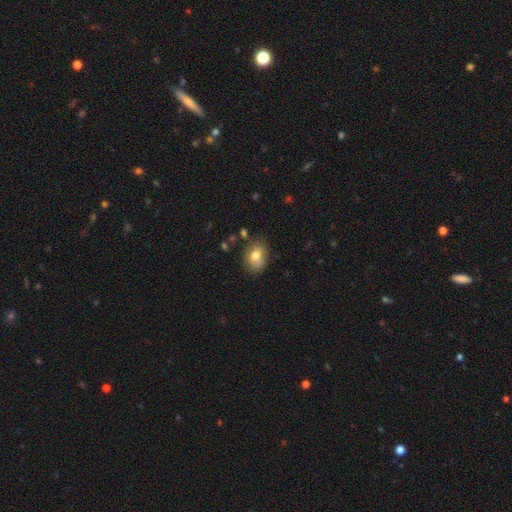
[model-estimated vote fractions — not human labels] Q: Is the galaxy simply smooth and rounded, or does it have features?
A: smooth — 75%.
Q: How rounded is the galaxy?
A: in between — 67%.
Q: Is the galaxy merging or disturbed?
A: none — 74%.